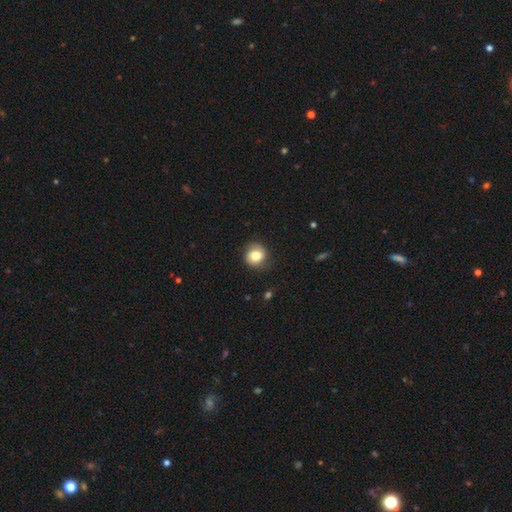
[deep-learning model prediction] A smooth galaxy with no disk features (77%) that is round (83%). Merging: none (79%).